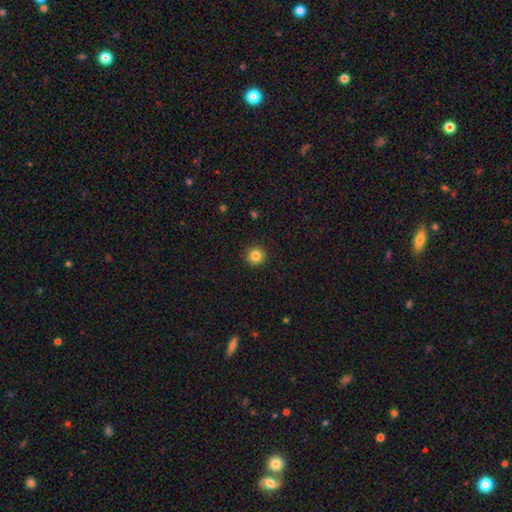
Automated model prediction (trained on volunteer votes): smooth-or-featured: smooth: 84% | star or artifact: 11% | featured or disk: 5%
  how-rounded: round: 95% | in between: 4% | cigar-shaped: 1%
  merging: none: 93% | minor disturbance: 5% | major disturbance: 2% | merger: 1%